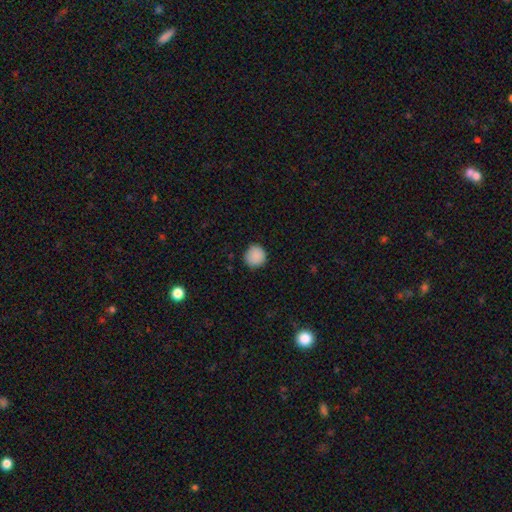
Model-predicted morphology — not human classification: This is clearly a smooth galaxy (88%). How rounded: clearly round (92%). Merging: clearly none (87%).